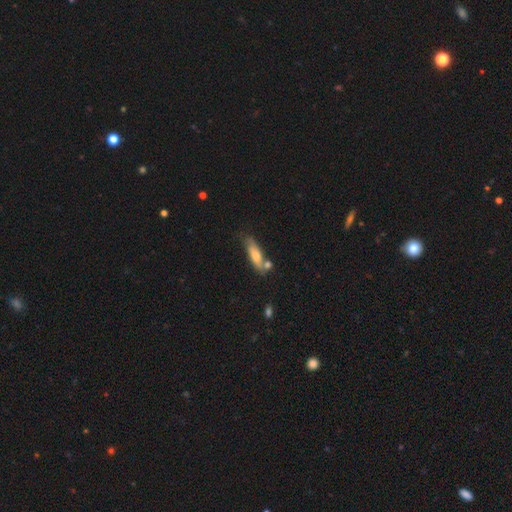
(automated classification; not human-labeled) smooth-or-featured: smooth: 71% | featured or disk: 22% | star or artifact: 7%
  how-rounded: cigar-shaped: 57% | in between: 40% | round: 2%
  merging: none: 55% | minor disturbance: 22% | merger: 17% | major disturbance: 7%